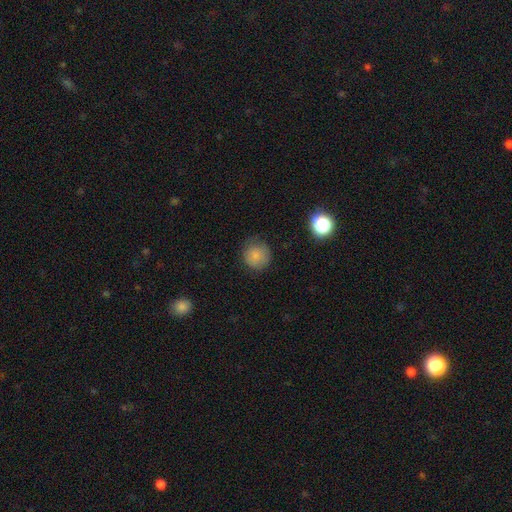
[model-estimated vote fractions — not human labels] Smooth or featured: smooth — 82% (star or artifact — 11%)
How rounded: round — 92% (in between — 7%)
Merging: none — 76% (minor disturbance — 18%)